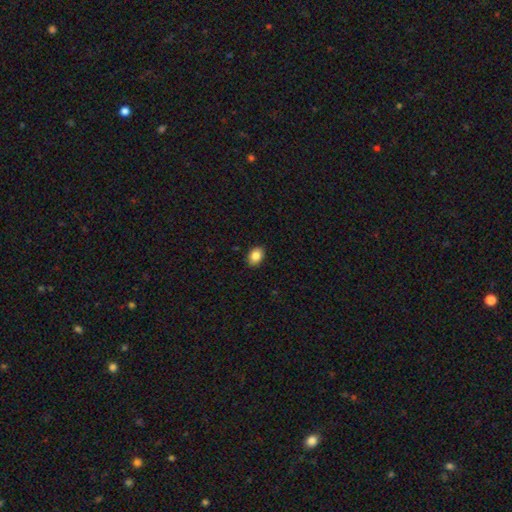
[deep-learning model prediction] The model was most divided on "how rounded": in between: 76%, round: 23%, cigar-shaped: 1%. More confident: merging — none (90%); smooth or featured — smooth (86%).